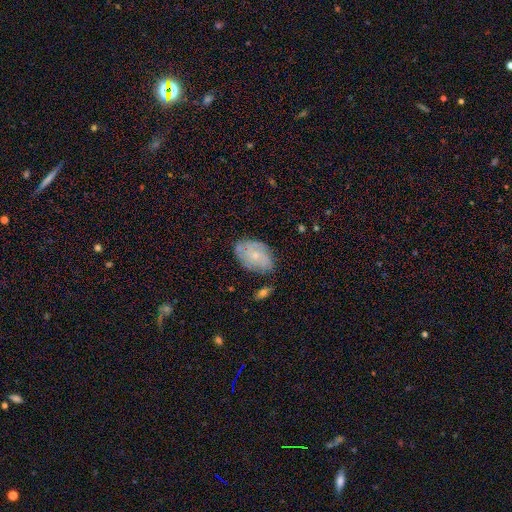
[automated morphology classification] smooth_or_featured: smooth (p=0.52) [alt: featured or disk p=0.40]
how_rounded: in between (p=0.86) [alt: round p=0.12]
merging: none (p=0.64) [alt: minor disturbance p=0.24]